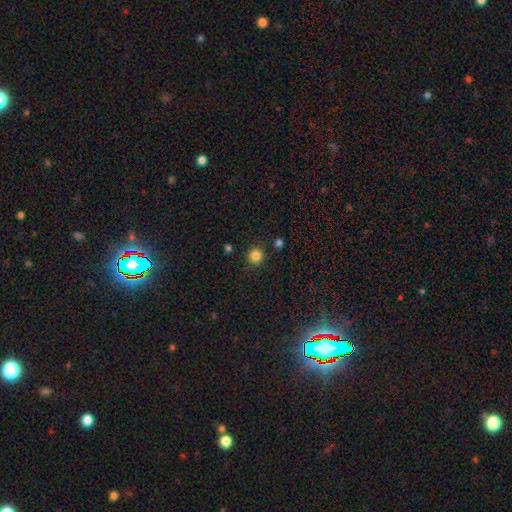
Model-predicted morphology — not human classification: Smooth or featured? Predicted: smooth (p=0.84). How rounded? Predicted: round (p=0.93). Merging? Predicted: none (p=0.87).